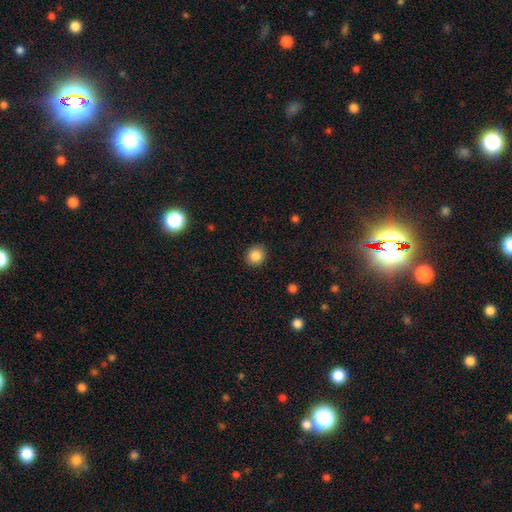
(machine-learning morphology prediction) Smooth or featured? Predicted: smooth (p=0.85). How rounded? Predicted: round (p=0.82). Merging? Predicted: none (p=0.90).